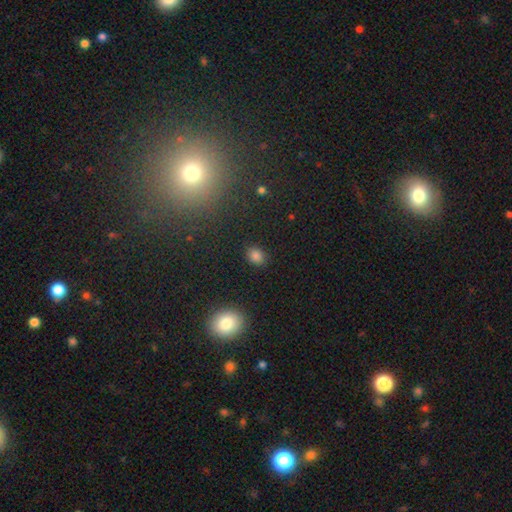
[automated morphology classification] Q: Smooth or featured?
A: smooth (82%); runner-up: star or artifact (14%)
Q: How rounded?
A: round (50%); runner-up: in between (49%)
Q: Merging?
A: none (87%); runner-up: minor disturbance (9%)